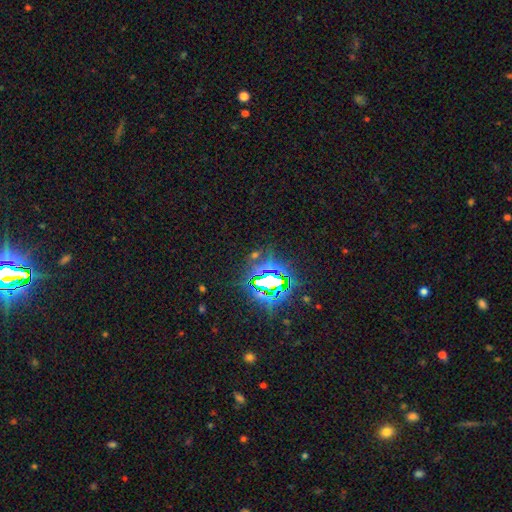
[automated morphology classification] A star or artifact, not a galaxy (81%).

Vote fractions:
- Smooth or featured? star or artifact: 81% / smooth: 11% / featured or disk: 8%